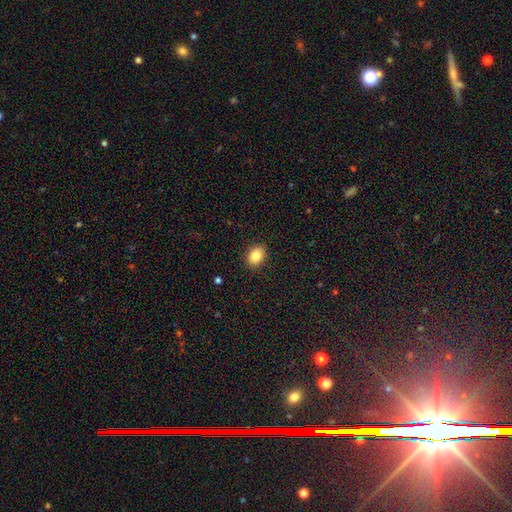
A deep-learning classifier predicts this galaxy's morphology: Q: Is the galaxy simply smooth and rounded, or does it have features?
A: smooth — 85%.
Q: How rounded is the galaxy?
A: in between — 67%.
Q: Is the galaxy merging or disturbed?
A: none — 89%.